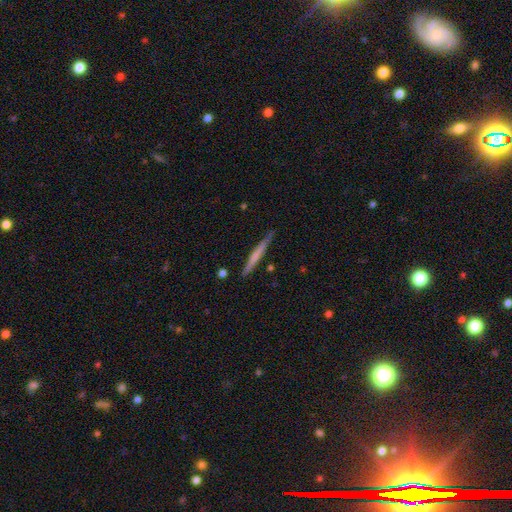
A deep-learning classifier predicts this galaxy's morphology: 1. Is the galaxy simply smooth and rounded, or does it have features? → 51% smooth, 43% featured or disk, 5% star or artifact.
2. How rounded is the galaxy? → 97% cigar-shaped, 2% in between, 1% round.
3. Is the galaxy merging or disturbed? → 85% none, 11% minor disturbance, 2% merger, 2% major disturbance.